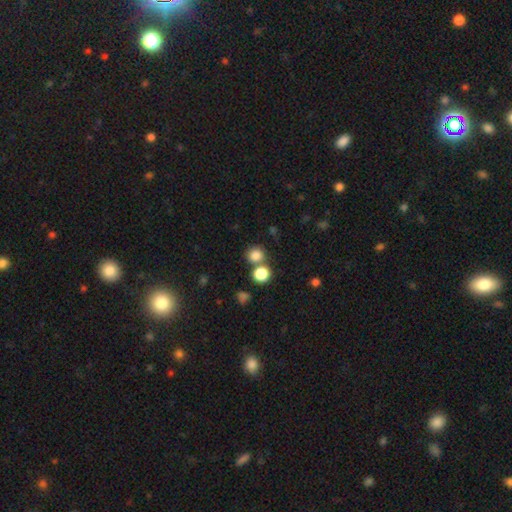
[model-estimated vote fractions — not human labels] A smooth galaxy with no disk features (81%) that is round (86%).

Vote fractions:
- Smooth or featured? smooth: 81% / star or artifact: 14% / featured or disk: 5%
- How rounded? round: 86% / in between: 13% / cigar-shaped: 1%
- Merging? none: 67% / merger: 22% / minor disturbance: 8% / major disturbance: 3%